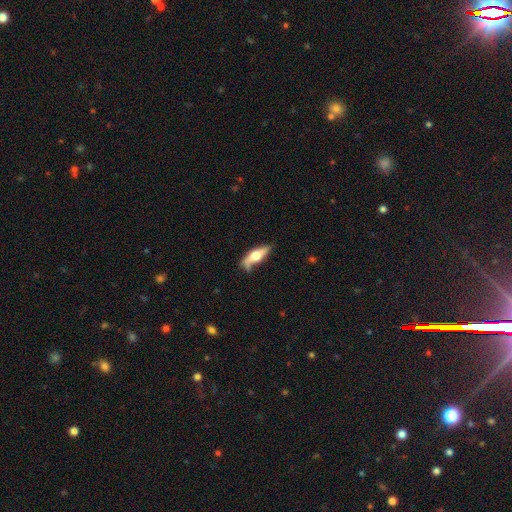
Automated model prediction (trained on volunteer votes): smooth 47%, featured or disk 46%, star or artifact 6%. Down the decision tree: merging — none (53%).